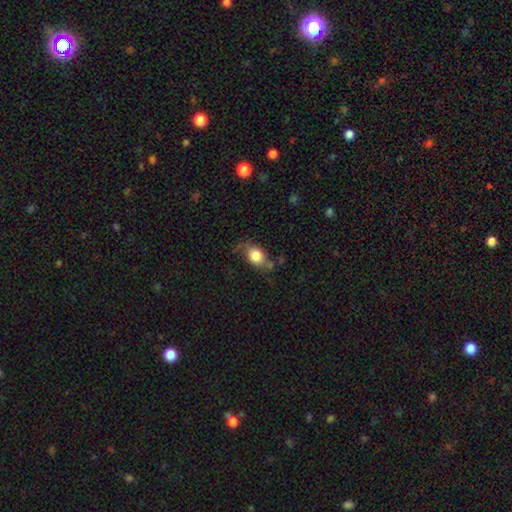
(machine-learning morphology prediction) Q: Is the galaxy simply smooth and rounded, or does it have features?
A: smooth — 68%.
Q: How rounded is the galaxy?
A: in between — 67%.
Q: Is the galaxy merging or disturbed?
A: none — 49%.